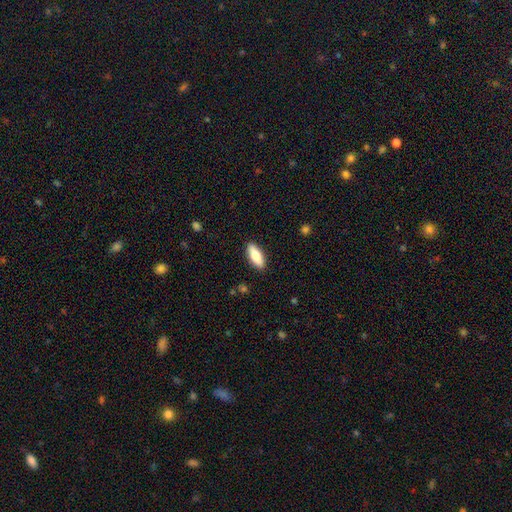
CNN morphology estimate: A smooth galaxy with no disk features (77%) that is in between round and cigar-shaped (69%).

Vote fractions:
- Smooth or featured? smooth: 77% / featured or disk: 18% / star or artifact: 6%
- How rounded? in between: 69% / cigar-shaped: 29% / round: 2%
- Merging? none: 89% / minor disturbance: 8% / major disturbance: 2% / merger: 1%